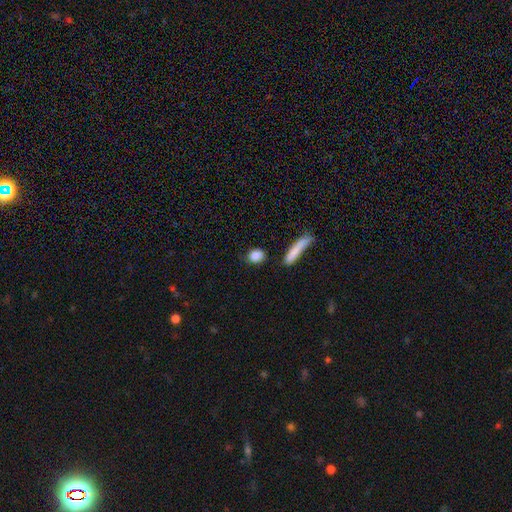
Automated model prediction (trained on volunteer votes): Morphology: type=smooth (87%); roundness=round (49%); merging=none (80%).